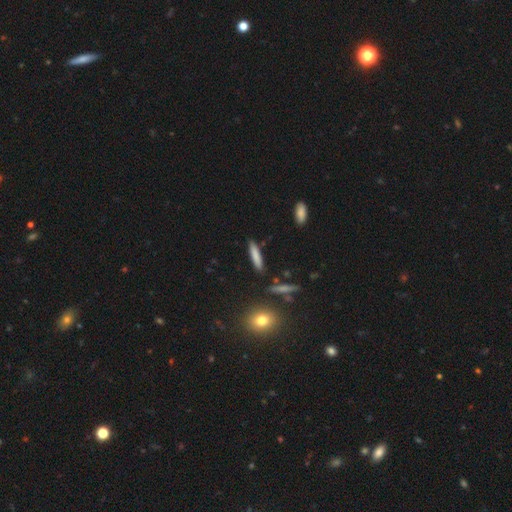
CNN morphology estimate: This is likely a smooth galaxy (80%). How rounded: clearly cigar-shaped (86%). Merging: clearly none (87%).